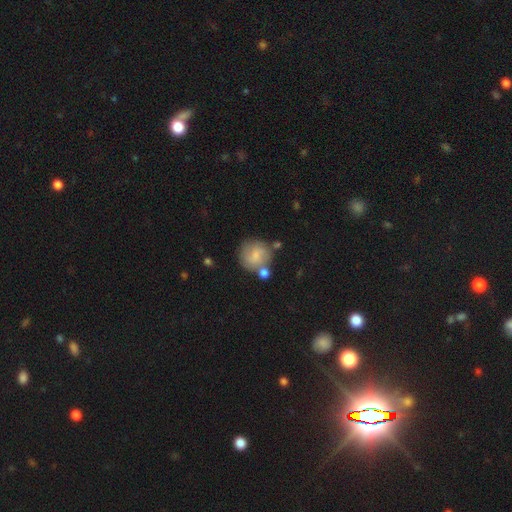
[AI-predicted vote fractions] smooth-or-featured: smooth: 62% | featured or disk: 30% | star or artifact: 8%
  how-rounded: round: 88% | in between: 11% | cigar-shaped: 1%
  merging: none: 58% | merger: 18% | minor disturbance: 18% | major disturbance: 7%